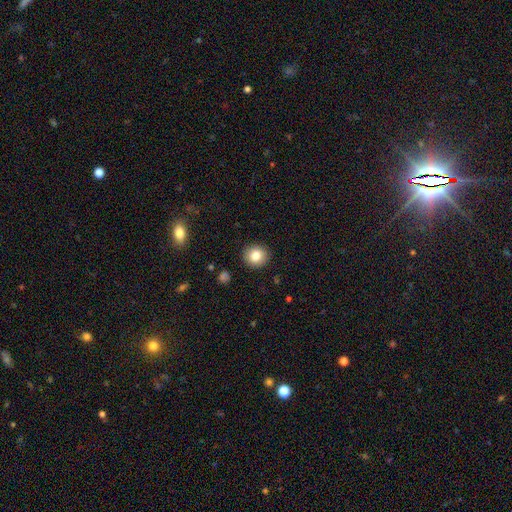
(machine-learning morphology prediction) smooth 82%, star or artifact 9%, featured or disk 8%. Down the decision tree: how rounded — round (90%); merging — none (92%).